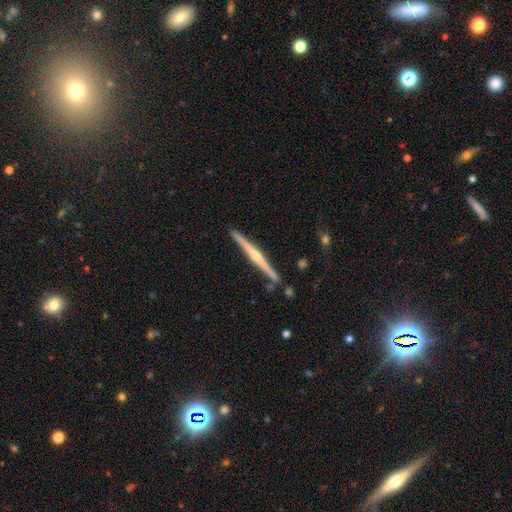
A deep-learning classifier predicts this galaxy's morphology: Smooth or featured?
  - featured or disk: 79% *
  - smooth: 16%
  - star or artifact: 5%
Edge-on disk?
  - yes: 98% *
  - no: 2%
Edge-on bulge?
  - rounded: 84% *
  - none: 12%
  - boxy: 5%
Merging?
  - none: 88% *
  - minor disturbance: 8%
  - merger: 3%
  - major disturbance: 1%